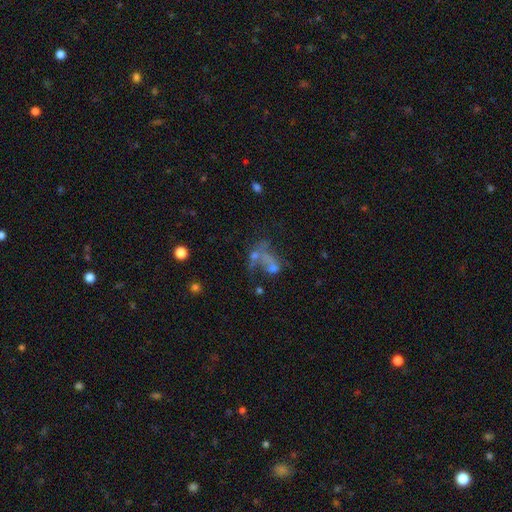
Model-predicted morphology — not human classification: Q: Smooth or featured?
A: featured or disk (37%); runner-up: smooth (36%)
Q: Merging?
A: merger (43%); runner-up: major disturbance (24%)